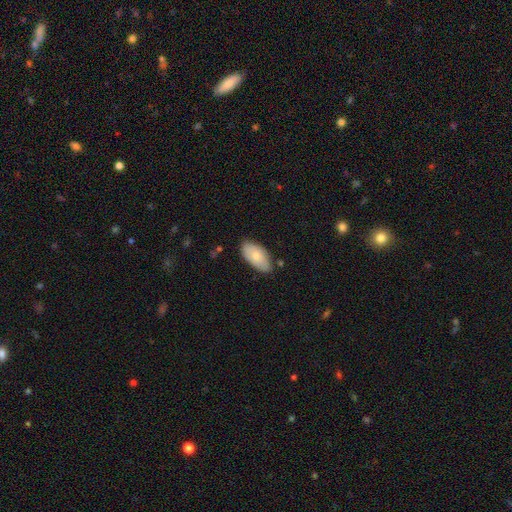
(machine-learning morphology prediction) smooth 77%, featured or disk 17%, star or artifact 6%. Down the decision tree: how rounded — in between (94%); merging — none (76%).